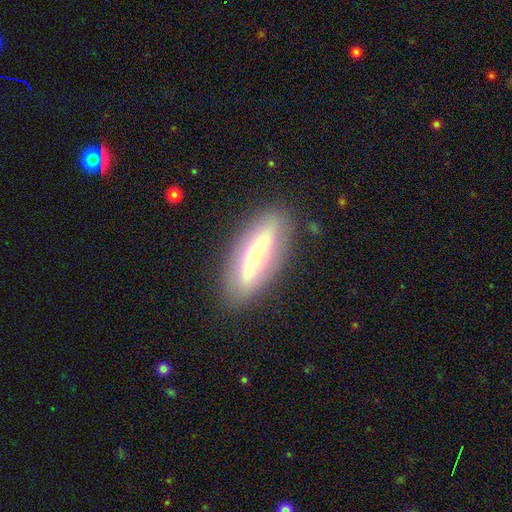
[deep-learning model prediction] Smooth or featured? smooth (51%)
How rounded? in between (51%)
Merging? none (83%)